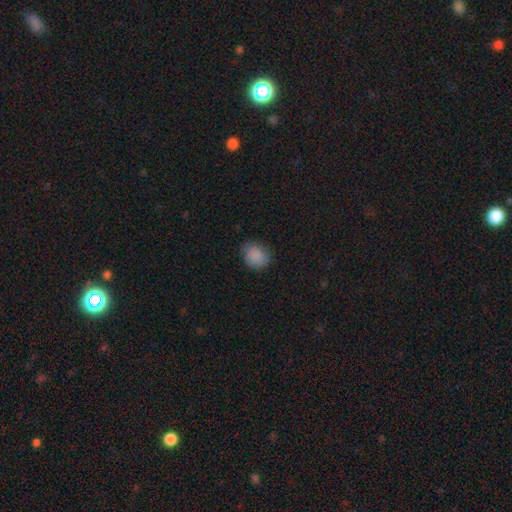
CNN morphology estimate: Smooth or featured? Predicted: smooth (p=0.86). How rounded? Predicted: round (p=0.68). Merging? Predicted: none (p=0.78).